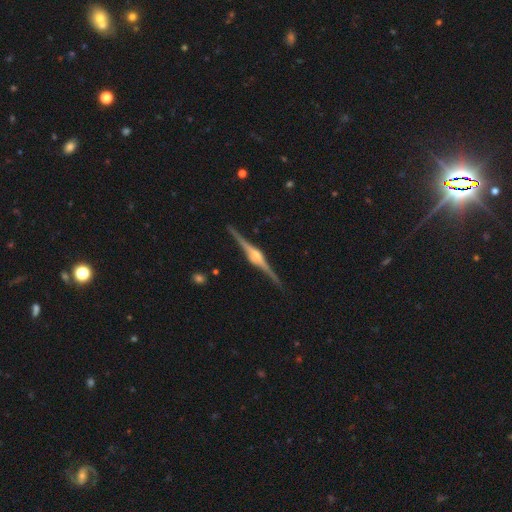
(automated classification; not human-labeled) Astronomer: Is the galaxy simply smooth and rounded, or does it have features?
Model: featured or disk — 90%.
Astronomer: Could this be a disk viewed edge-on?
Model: yes — 98%.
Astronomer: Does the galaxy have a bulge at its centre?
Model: rounded — 88%.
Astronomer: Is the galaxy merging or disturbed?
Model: none — 91%.